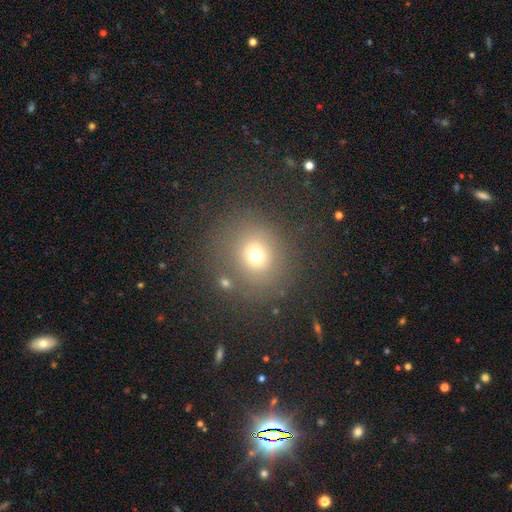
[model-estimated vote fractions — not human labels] Smooth or featured: smooth — 69% (star or artifact — 19%)
How rounded: round — 86% (in between — 13%)
Merging: none — 78% (minor disturbance — 11%)